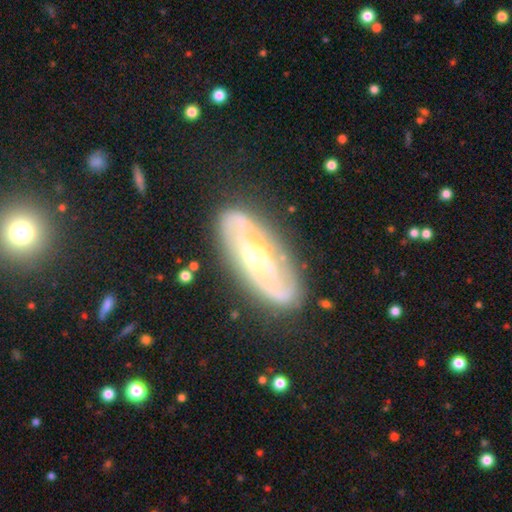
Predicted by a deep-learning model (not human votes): smooth_or_featured: featured or disk (p=0.80) [alt: smooth p=0.14]
disk_edge_on: no (p=0.86) [alt: yes p=0.14]
bar: no (p=0.43) [alt: weak p=0.36]
has_spiral_arms: yes (p=0.84) [alt: no p=0.16]
spiral_winding: tight (p=0.52) [alt: medium p=0.34]
spiral_arm_count: 2 (p=0.57) [alt: can't tell p=0.29]
bulge_size: moderate (p=0.55) [alt: small p=0.37]
merging: none (p=0.82) [alt: minor disturbance p=0.12]